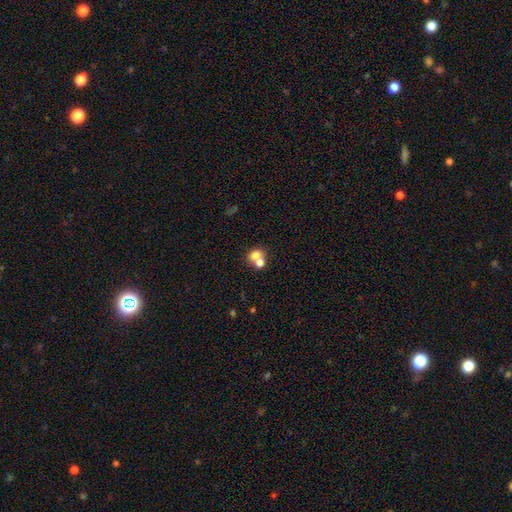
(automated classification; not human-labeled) This is likely a smooth galaxy (71%). How rounded: possibly round (53%). Merging: possibly merger (59%).